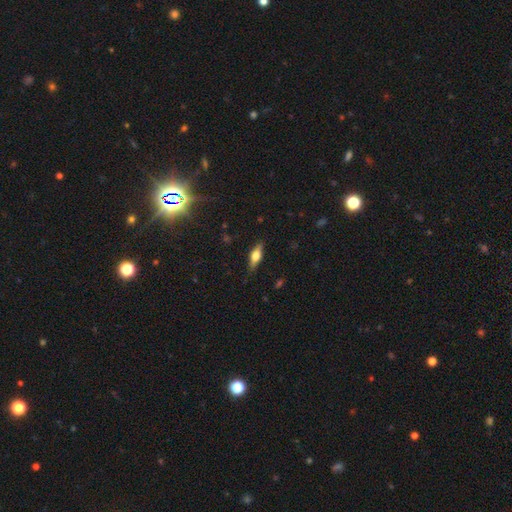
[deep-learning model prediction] This is possibly a smooth galaxy (53%). How rounded: likely in between (61%). Merging: clearly none (86%).